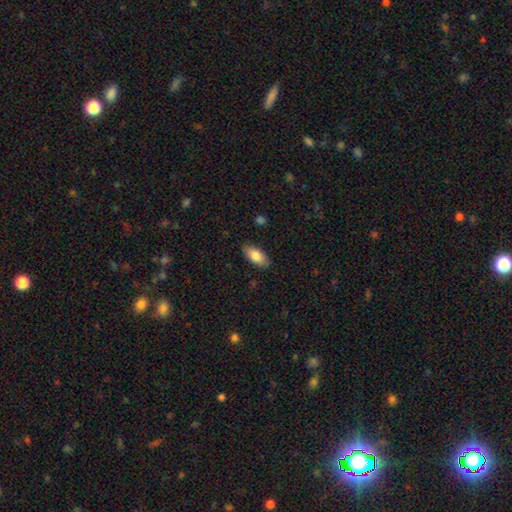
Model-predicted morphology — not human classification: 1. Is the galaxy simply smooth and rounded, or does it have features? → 81% smooth, 12% featured or disk, 6% star or artifact.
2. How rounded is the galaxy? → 91% in between, 7% cigar-shaped, 3% round.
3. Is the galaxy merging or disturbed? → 86% none, 11% minor disturbance, 2% major disturbance, 1% merger.